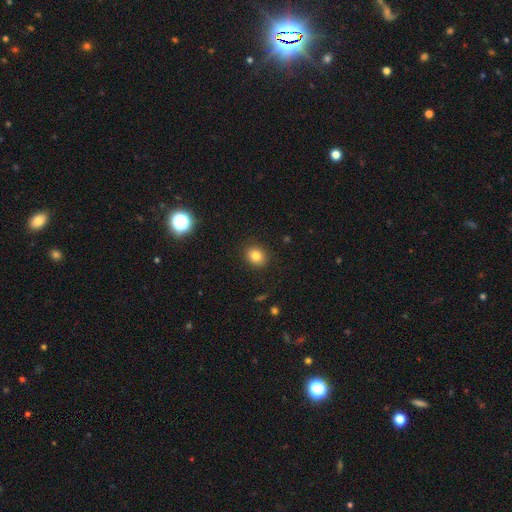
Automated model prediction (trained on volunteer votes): Q: Smooth or featured?
A: smooth (82%); runner-up: star or artifact (11%)
Q: How rounded?
A: round (58%); runner-up: in between (41%)
Q: Merging?
A: none (89%); runner-up: minor disturbance (7%)